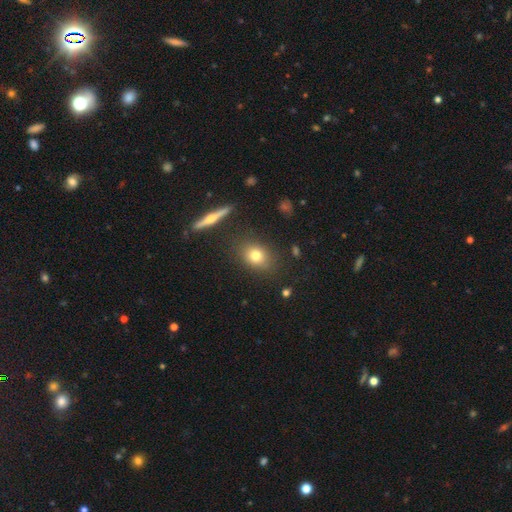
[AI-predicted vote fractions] smooth 75%, featured or disk 14%, star or artifact 11%. Down the decision tree: how rounded — round (49%, tied with in between); merging — none (82%).